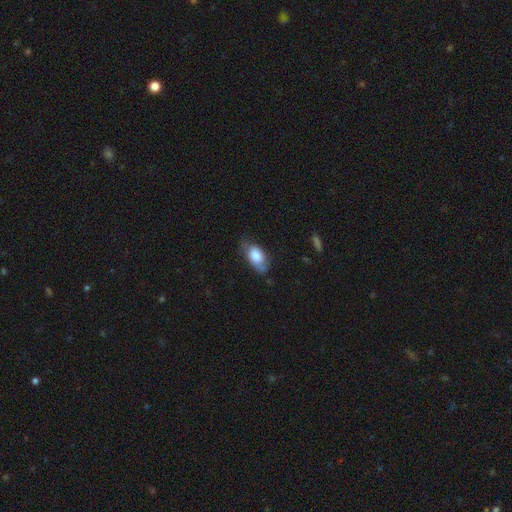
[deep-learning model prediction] Overall: smooth (72%). How rounded: in between (91%). Merging: none (54%; minor disturbance 33%).